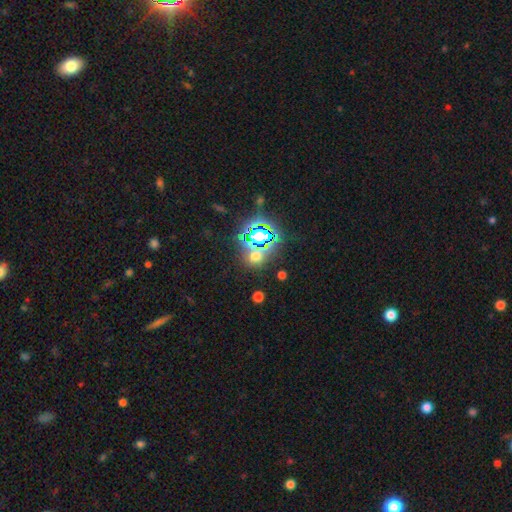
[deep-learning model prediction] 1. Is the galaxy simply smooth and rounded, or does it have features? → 49% star or artifact, 42% smooth, 9% featured or disk.